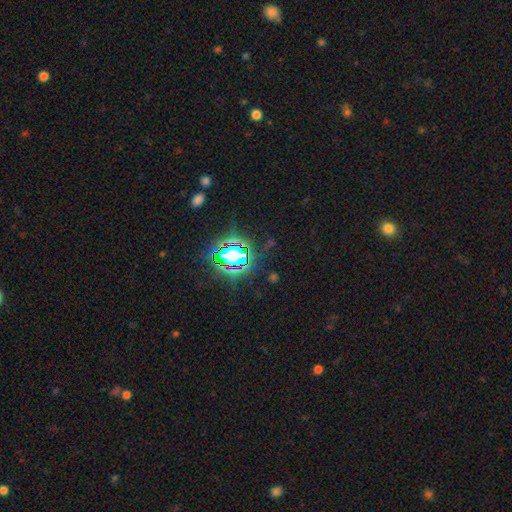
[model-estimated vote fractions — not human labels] Smooth or featured: star or artifact — 80% (smooth — 12%)